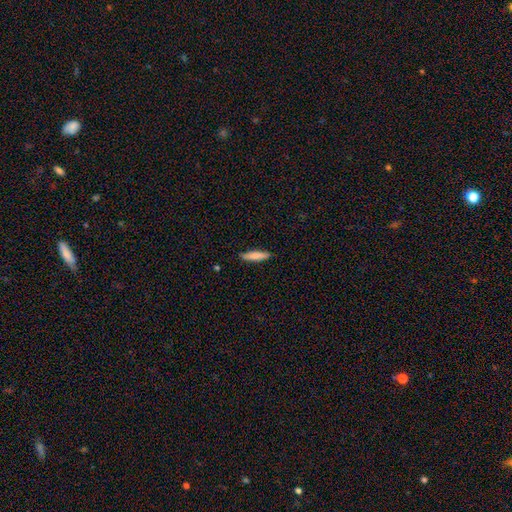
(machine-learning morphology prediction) smooth_or_featured: smooth (p=0.80) [alt: featured or disk p=0.14]
how_rounded: cigar-shaped (p=0.81) [alt: in between p=0.17]
merging: none (p=0.88) [alt: minor disturbance p=0.09]